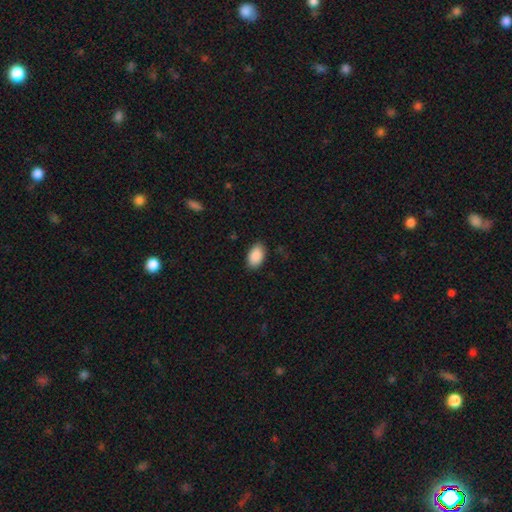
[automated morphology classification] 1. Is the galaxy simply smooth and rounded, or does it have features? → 90% smooth, 7% star or artifact, 3% featured or disk.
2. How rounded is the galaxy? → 92% in between, 7% round, 1% cigar-shaped.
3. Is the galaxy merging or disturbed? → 85% none, 11% minor disturbance, 2% major disturbance, 1% merger.